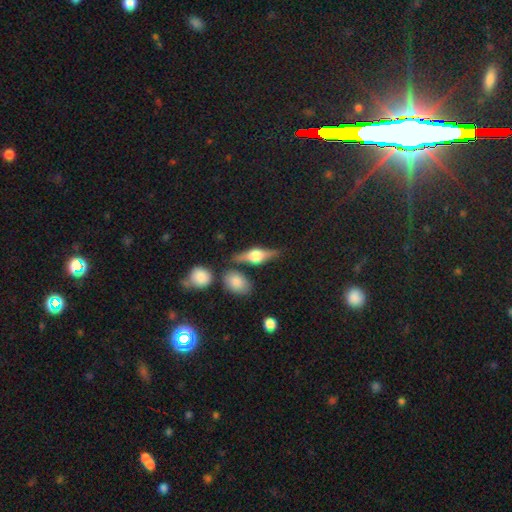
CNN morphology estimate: A featured or disk galaxy (69%) viewed edge-on (94%) with a rounded central bulge (93%). Merging: none (78%).